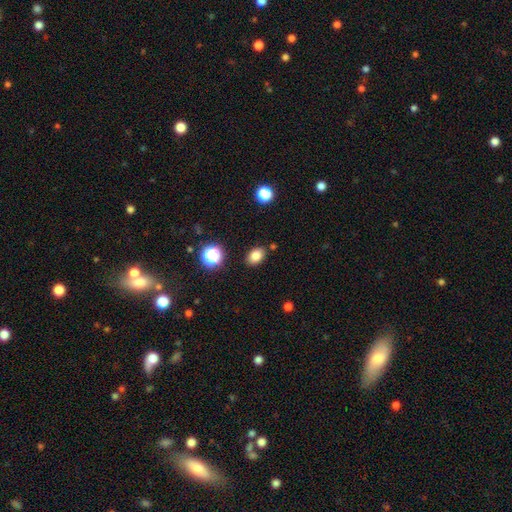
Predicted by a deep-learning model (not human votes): A smooth galaxy with no disk features (82%) that is in between round and cigar-shaped (74%). Merging: none (85%).